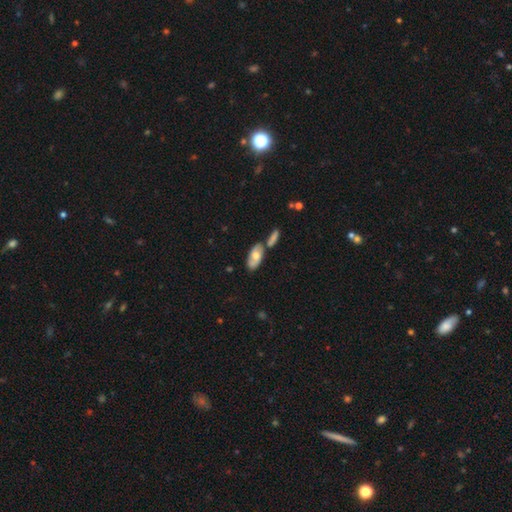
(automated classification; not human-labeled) Smooth or featured: smooth — 53% (featured or disk — 41%)
How rounded: in between — 87% (cigar-shaped — 9%)
Merging: none — 59% (merger — 22%)